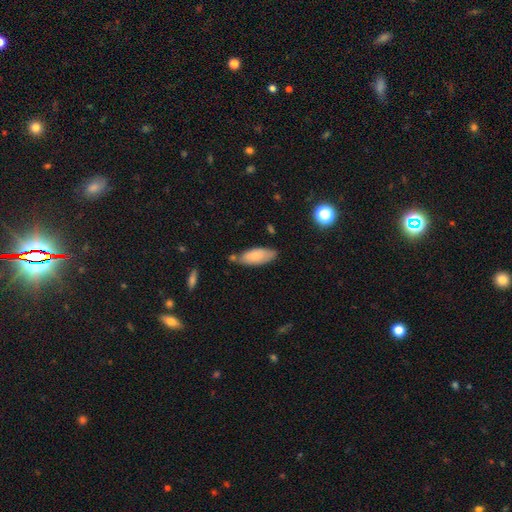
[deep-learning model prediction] Smooth or featured? smooth (77%)
How rounded? in between (80%)
Merging? none (68%)